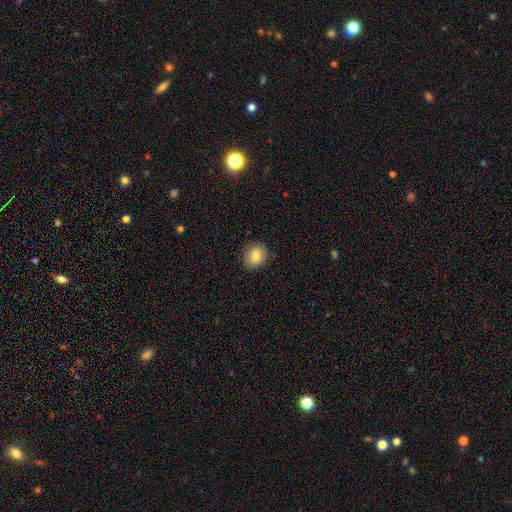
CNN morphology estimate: This is clearly a smooth galaxy (81%). How rounded: likely round (69%). Merging: clearly none (86%).